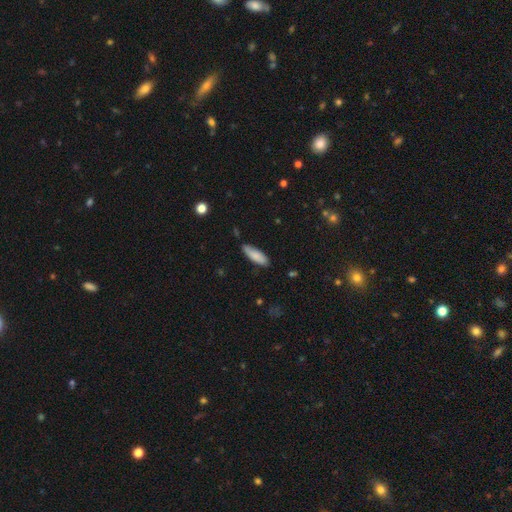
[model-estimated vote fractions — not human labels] Smooth or featured? smooth (84%)
How rounded? in between (57%)
Merging? none (78%)